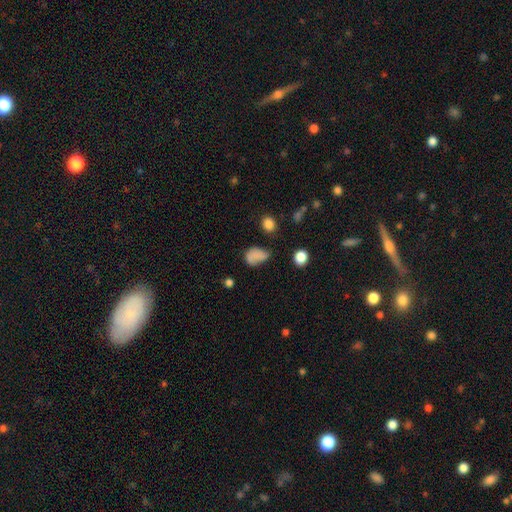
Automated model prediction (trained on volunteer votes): This is likely a smooth galaxy (76%). How rounded: likely in between (76%). Merging: marginally none (43%).